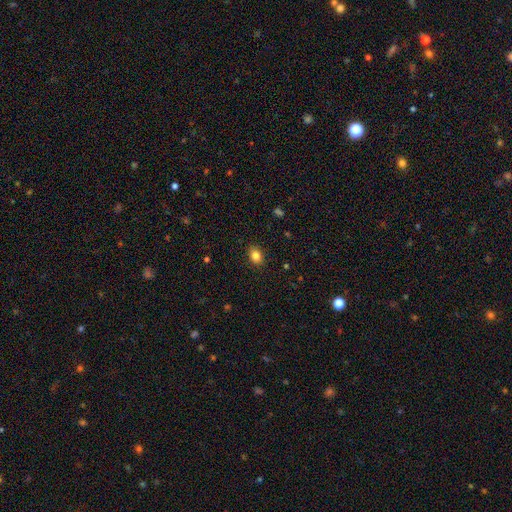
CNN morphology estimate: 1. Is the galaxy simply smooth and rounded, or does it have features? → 84% smooth, 10% star or artifact, 6% featured or disk.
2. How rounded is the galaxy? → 68% in between, 31% round, 1% cigar-shaped.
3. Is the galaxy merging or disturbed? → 89% none, 8% minor disturbance, 2% major disturbance, 1% merger.